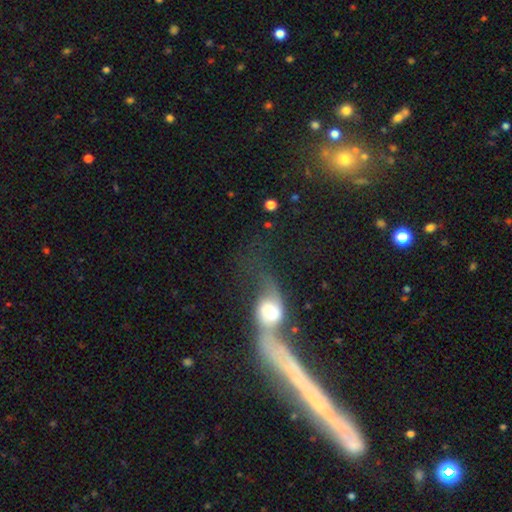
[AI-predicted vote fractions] featured or disk 50%, smooth 31%, star or artifact 19%. Down the decision tree: edge-on disk — yes (64%); merging — none (45%).